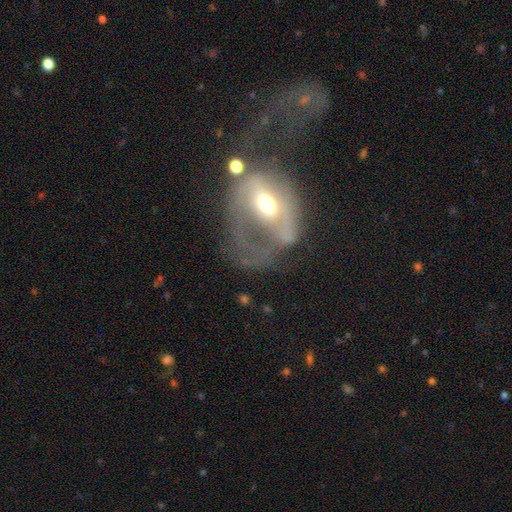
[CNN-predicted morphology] This is likely a featured or disk galaxy (65%). It is clearly not viewed edge-on (94%). Bar: possibly no (49%). Spiral arm pattern: possibly no (54%). Central bulge: likely moderate (68%). Merging: possibly major disturbance (52%).